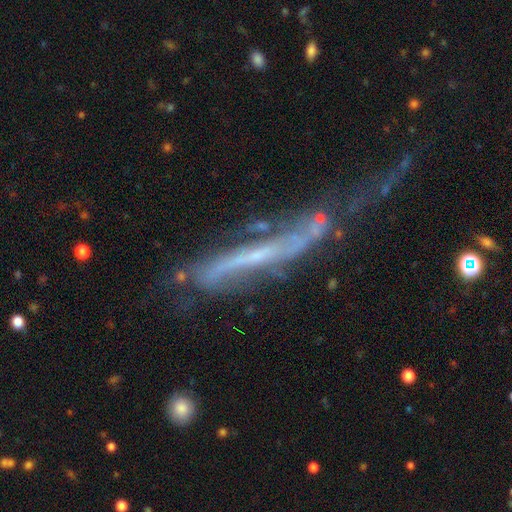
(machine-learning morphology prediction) Smooth or featured: featured or disk — 74% (smooth — 16%)
Edge-on disk: yes — 61% (no — 39%)
Merging: major disturbance — 33% (none — 30%)